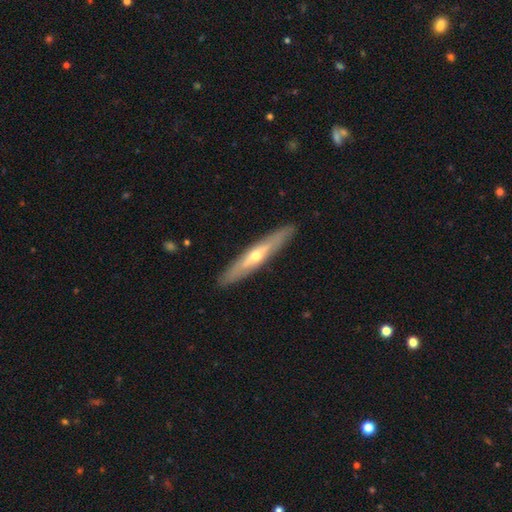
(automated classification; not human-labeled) The model was most divided on "smooth or featured": featured or disk: 64%, smooth: 31%, star or artifact: 5%. More confident: merging — none (90%); edge-on disk — yes (84%); edge-on bulge — rounded (82%).